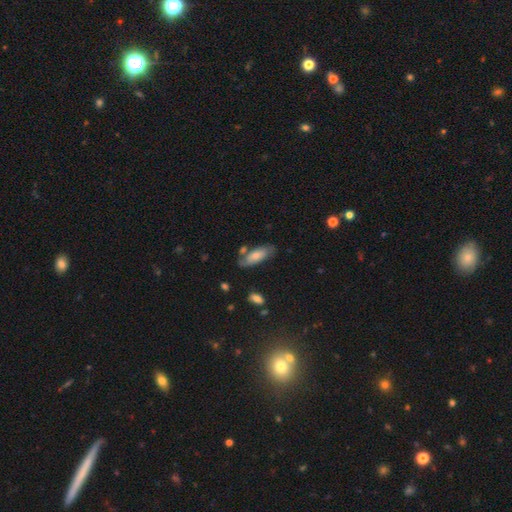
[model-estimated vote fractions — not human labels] Smooth or featured? smooth (65%)
How rounded? in between (75%)
Merging? none (61%)